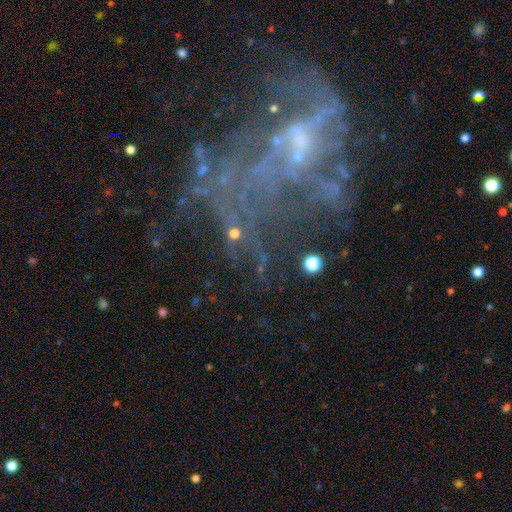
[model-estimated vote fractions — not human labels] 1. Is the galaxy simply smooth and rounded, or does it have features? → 61% featured or disk, 26% star or artifact, 13% smooth.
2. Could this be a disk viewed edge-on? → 96% no, 4% yes.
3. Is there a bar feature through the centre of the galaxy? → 74% no, 19% weak, 7% strong.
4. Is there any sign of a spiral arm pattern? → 77% no, 23% yes.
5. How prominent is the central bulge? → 52% none, 32% small, 13% moderate, 2% large, 1% dominant.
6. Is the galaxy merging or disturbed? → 44% major disturbance, 31% none, 14% minor disturbance, 11% merger.